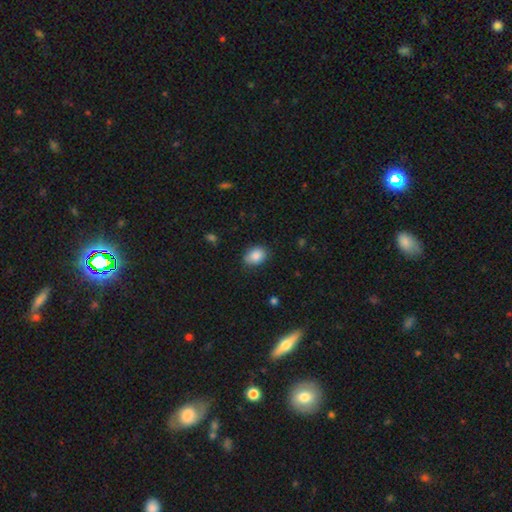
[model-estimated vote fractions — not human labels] The model was most divided on "how rounded": in between: 69%, round: 30%, cigar-shaped: 1%. More confident: smooth or featured — smooth (86%); merging — none (77%).